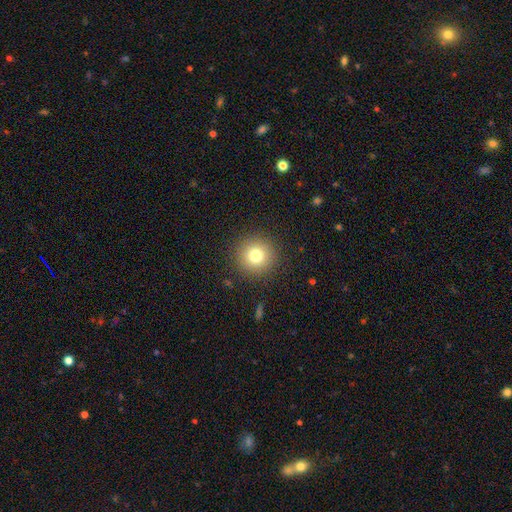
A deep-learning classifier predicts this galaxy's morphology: Smooth or featured: smooth — 78% (star or artifact — 12%)
How rounded: round — 94% (in between — 5%)
Merging: none — 90% (minor disturbance — 6%)